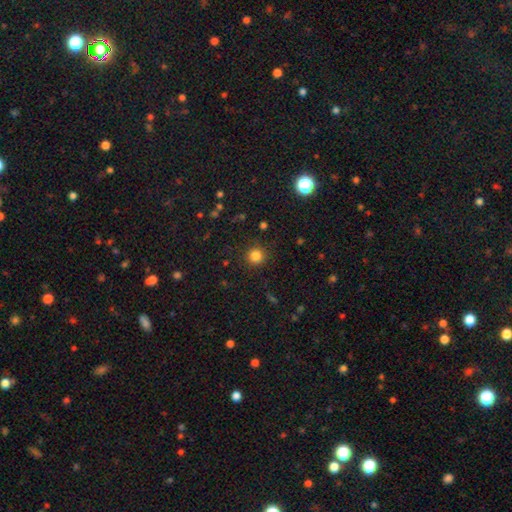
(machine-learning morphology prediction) Smooth or featured? Predicted: smooth (p=0.82). How rounded? Predicted: round (p=0.94). Merging? Predicted: none (p=0.89).